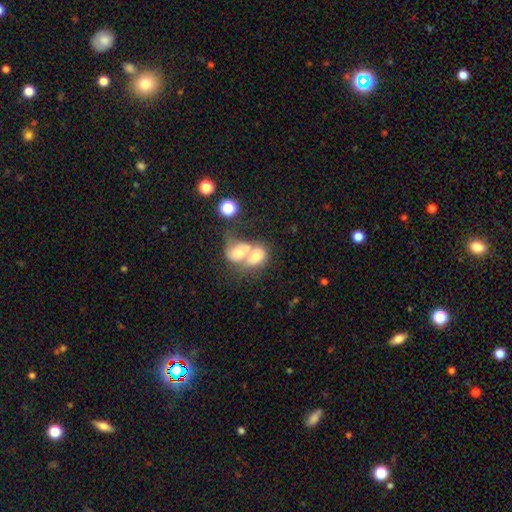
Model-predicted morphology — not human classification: A smooth galaxy with no disk features (61%) that is in between round and cigar-shaped (61%). Merging: merger (77%).